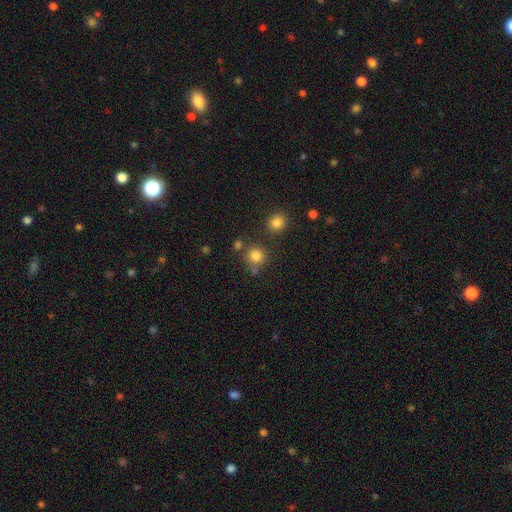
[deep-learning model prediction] smooth_or_featured: smooth (p=0.80) [alt: star or artifact p=0.14]
how_rounded: round (p=0.90) [alt: in between p=0.09]
merging: none (p=0.73) [alt: merger p=0.13]